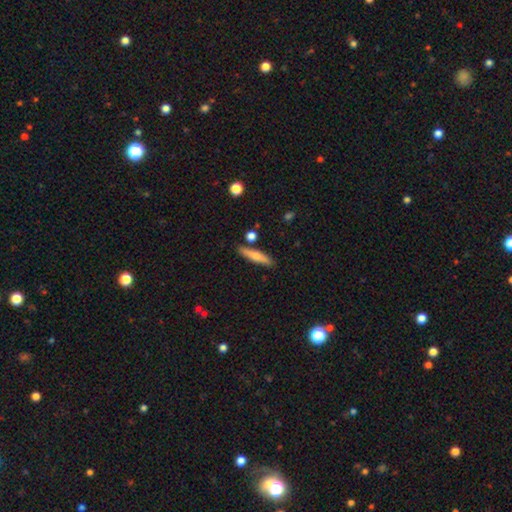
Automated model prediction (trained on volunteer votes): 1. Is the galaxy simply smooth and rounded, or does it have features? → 64% smooth, 30% featured or disk, 7% star or artifact.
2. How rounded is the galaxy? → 81% cigar-shaped, 16% in between, 2% round.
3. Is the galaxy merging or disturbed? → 82% none, 10% minor disturbance, 5% merger, 2% major disturbance.